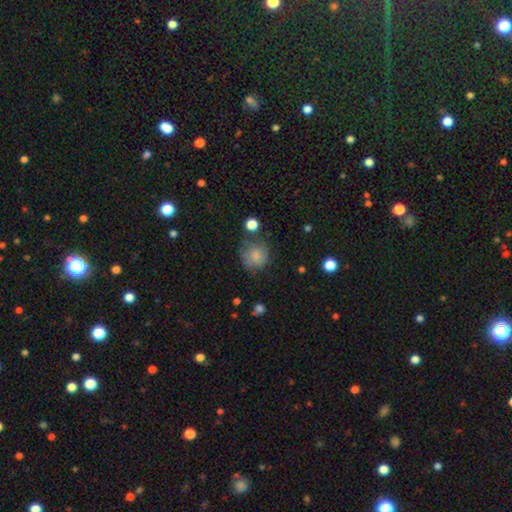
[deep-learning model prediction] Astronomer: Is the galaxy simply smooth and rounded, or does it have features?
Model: smooth — 73%.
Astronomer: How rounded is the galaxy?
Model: round — 85%.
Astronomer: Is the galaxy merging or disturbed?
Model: none — 59%.